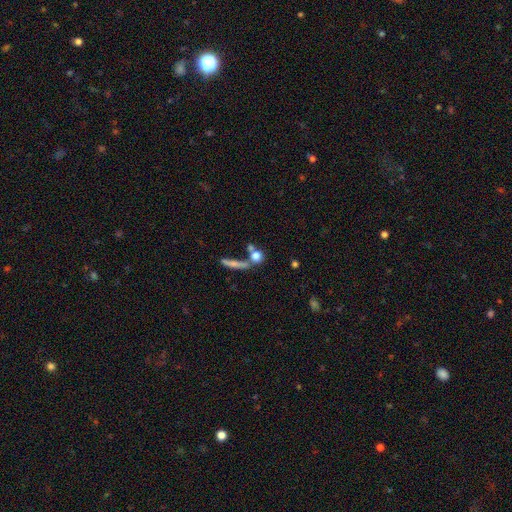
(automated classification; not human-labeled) A smooth galaxy with no disk features (73%) that is round (74%).

Vote fractions:
- Smooth or featured? smooth: 73% / featured or disk: 15% / star or artifact: 12%
- How rounded? round: 74% / in between: 15% / cigar-shaped: 12%
- Merging? none: 50% / merger: 32% / minor disturbance: 10% / major disturbance: 8%